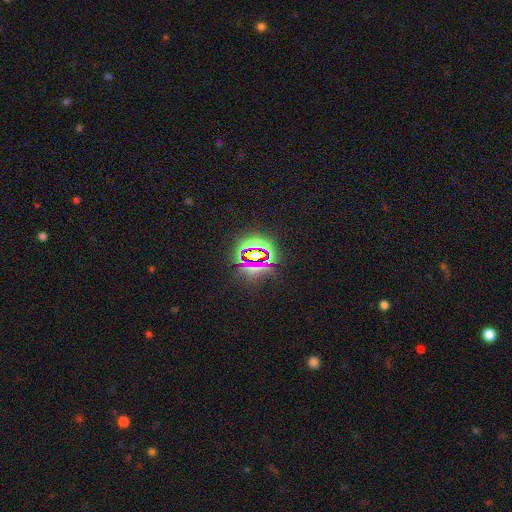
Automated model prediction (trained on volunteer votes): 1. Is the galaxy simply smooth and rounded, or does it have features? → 77% star or artifact, 14% smooth, 9% featured or disk.